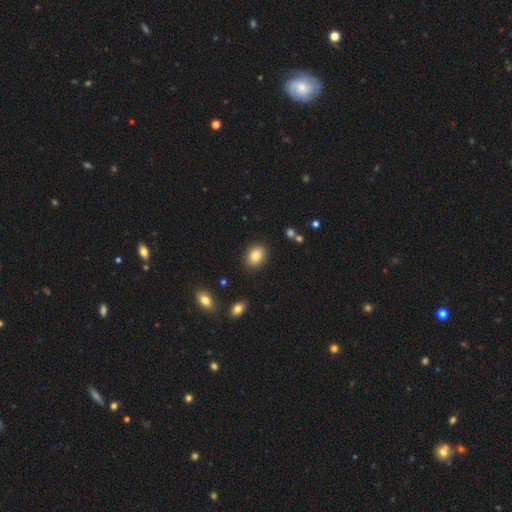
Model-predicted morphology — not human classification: Smooth or featured?
  - smooth: 84% *
  - star or artifact: 8%
  - featured or disk: 8%
How rounded?
  - in between: 57% *
  - round: 42%
  - cigar-shaped: 1%
Merging?
  - none: 88% *
  - minor disturbance: 8%
  - major disturbance: 2%
  - merger: 2%